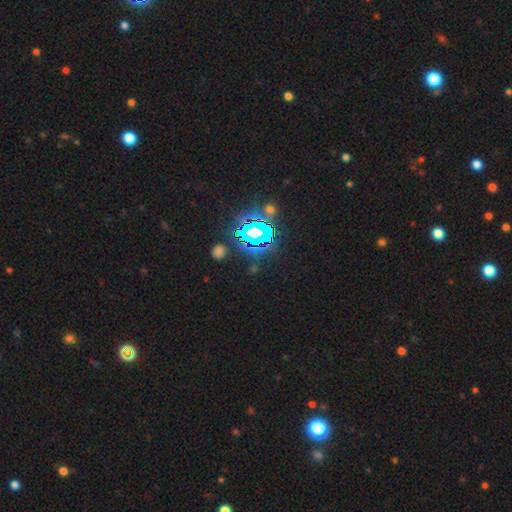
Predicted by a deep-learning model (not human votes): The model was most divided on "smooth or featured": star or artifact: 83%, smooth: 10%, featured or disk: 7%.